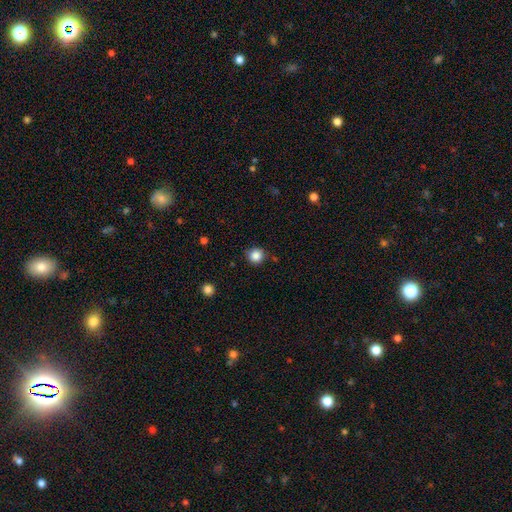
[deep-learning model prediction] This is clearly a smooth galaxy (85%). How rounded: clearly round (94%). Merging: clearly none (88%).